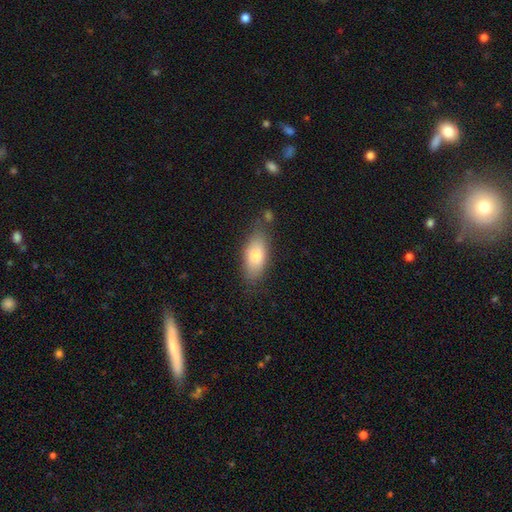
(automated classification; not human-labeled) smooth_or_featured: smooth (p=0.77) [alt: featured or disk p=0.16]
how_rounded: in between (p=0.82) [alt: cigar-shaped p=0.15]
merging: none (p=0.74) [alt: minor disturbance p=0.18]